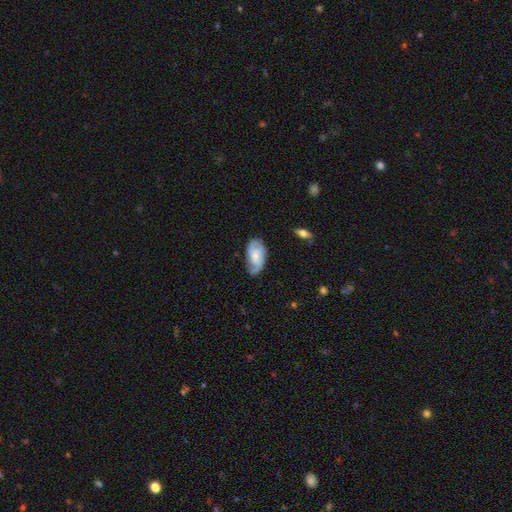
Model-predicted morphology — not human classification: smooth_or_featured: featured or disk (p=0.56) [alt: smooth p=0.38]
disk_edge_on: no (p=0.95) [alt: yes p=0.05]
bar: no (p=0.60) [alt: weak p=0.33]
has_spiral_arms: yes (p=0.89) [alt: no p=0.11]
bulge_size: small (p=0.43) [alt: moderate p=0.37]
merging: none (p=0.63) [alt: minor disturbance p=0.27]